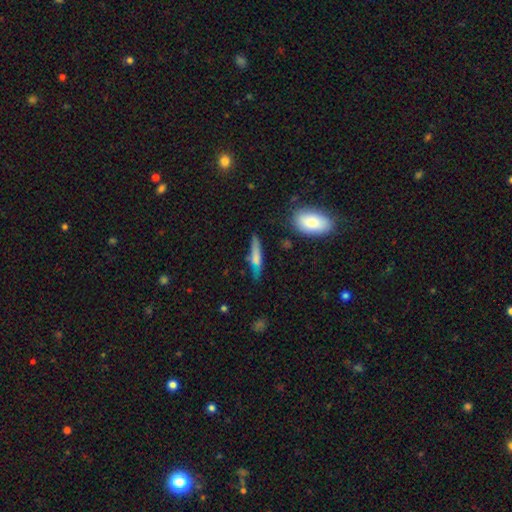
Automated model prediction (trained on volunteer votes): This is possibly a smooth galaxy (58%). How rounded: clearly cigar-shaped (81%). Merging: likely none (70%).